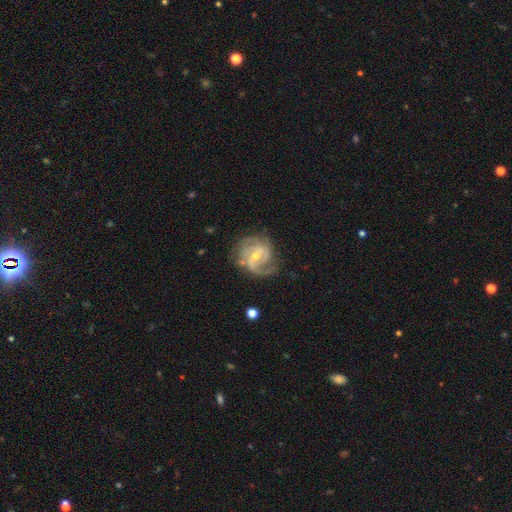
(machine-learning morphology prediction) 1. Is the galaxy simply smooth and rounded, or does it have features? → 87% featured or disk, 8% smooth, 5% star or artifact.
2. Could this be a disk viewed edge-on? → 98% no, 2% yes.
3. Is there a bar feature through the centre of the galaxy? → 53% weak, 29% no, 18% strong.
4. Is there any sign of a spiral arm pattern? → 95% yes, 5% no.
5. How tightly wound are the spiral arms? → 46% medium, 37% tight, 17% loose.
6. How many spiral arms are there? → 53% 2, 16% 3, 15% can't tell, 11% 1, 3% 4, 3% more than 4.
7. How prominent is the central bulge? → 49% moderate, 47% small, 2% large, 1% none, 1% dominant.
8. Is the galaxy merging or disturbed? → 61% none, 22% minor disturbance, 14% major disturbance, 3% merger.